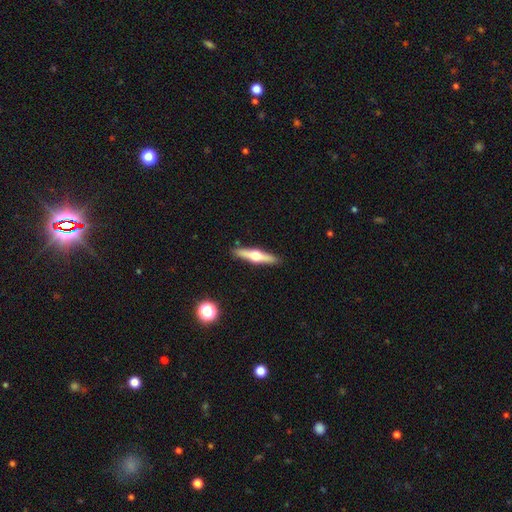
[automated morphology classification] This is likely a featured or disk galaxy (66%). It is clearly viewed edge-on (96%). Edge-on bulge: clearly rounded (95%). Merging: clearly none (91%).